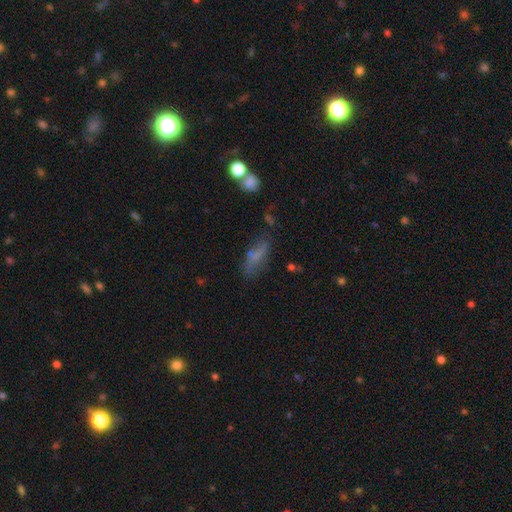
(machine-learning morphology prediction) type=smooth (62%); roundness=in between (63%); merging=none (52%).